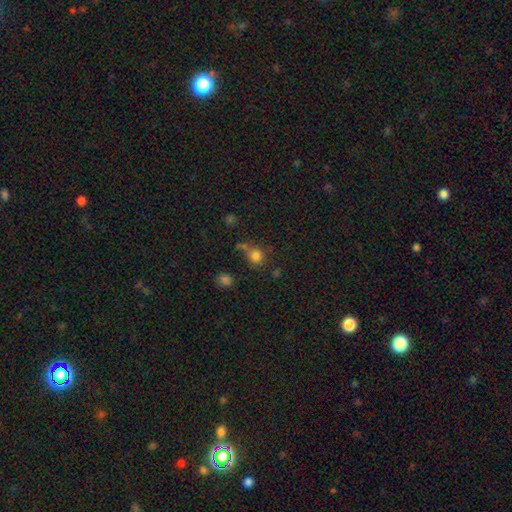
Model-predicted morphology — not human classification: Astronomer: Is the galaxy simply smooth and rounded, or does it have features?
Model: smooth — 76%.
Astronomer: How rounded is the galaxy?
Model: round — 79%.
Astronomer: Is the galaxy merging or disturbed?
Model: none — 50%.